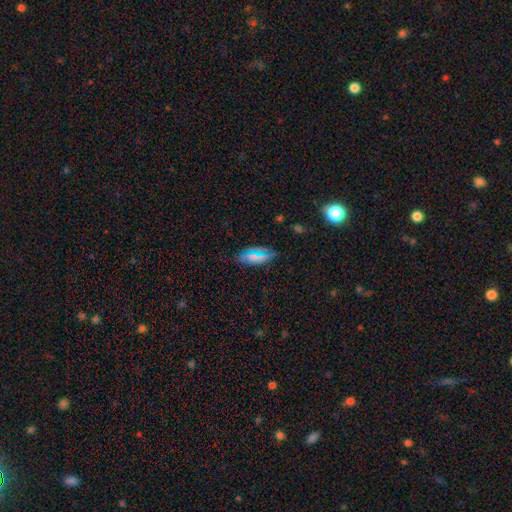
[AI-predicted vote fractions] Smooth or featured? smooth (67%)
How rounded? in between (84%)
Merging? none (78%)